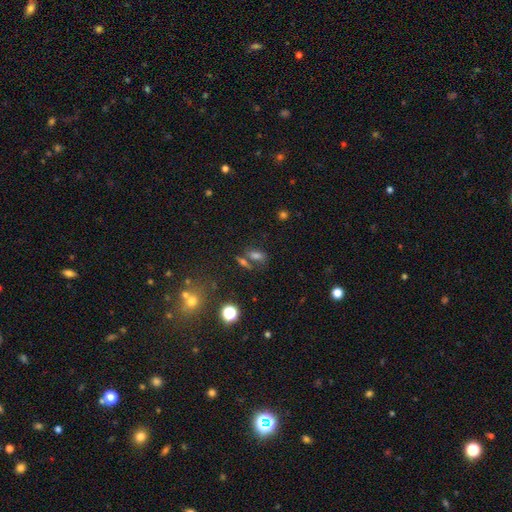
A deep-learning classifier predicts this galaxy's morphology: A smooth galaxy with no disk features (60%) that is in between round and cigar-shaped (68%). Merging: none (55%).